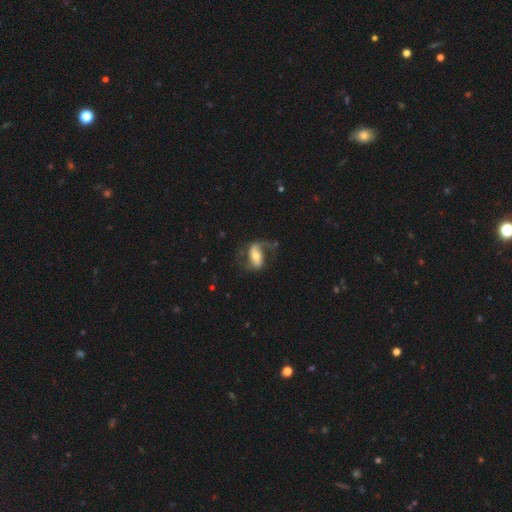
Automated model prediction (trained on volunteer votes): This appears to be a featured or disk galaxy (66%) with a strong bar (38%), 2 (73%) loose (53%) spiral arms (84%) and a moderate central bulge (58%). Merging: none (52%).